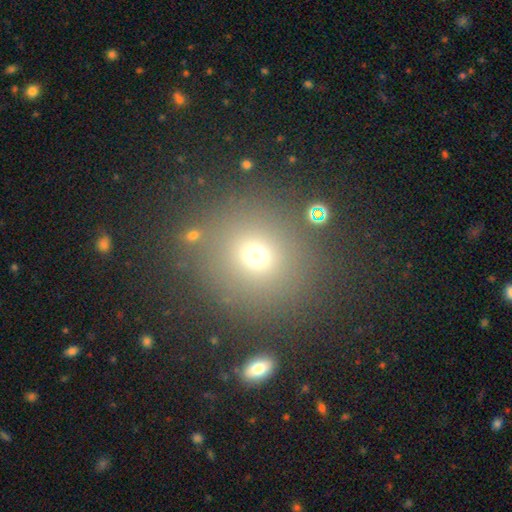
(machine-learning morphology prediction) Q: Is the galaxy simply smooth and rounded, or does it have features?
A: smooth — 67%.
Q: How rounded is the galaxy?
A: round — 88%.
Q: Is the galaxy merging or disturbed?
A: none — 83%.